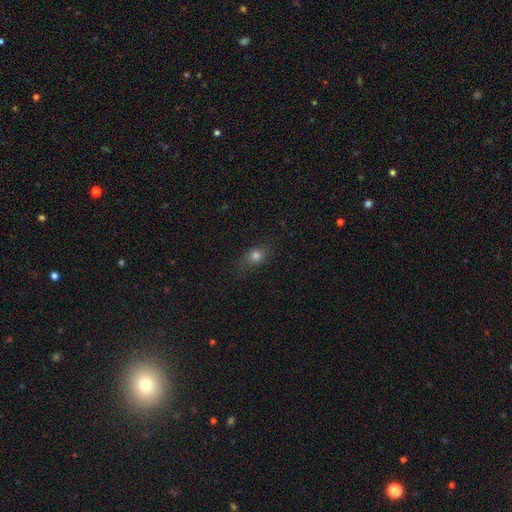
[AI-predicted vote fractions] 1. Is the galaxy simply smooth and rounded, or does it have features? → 77% smooth, 14% star or artifact, 9% featured or disk.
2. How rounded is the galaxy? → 57% round, 40% in between, 3% cigar-shaped.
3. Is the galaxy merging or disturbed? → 72% none, 20% minor disturbance, 7% major disturbance, 1% merger.